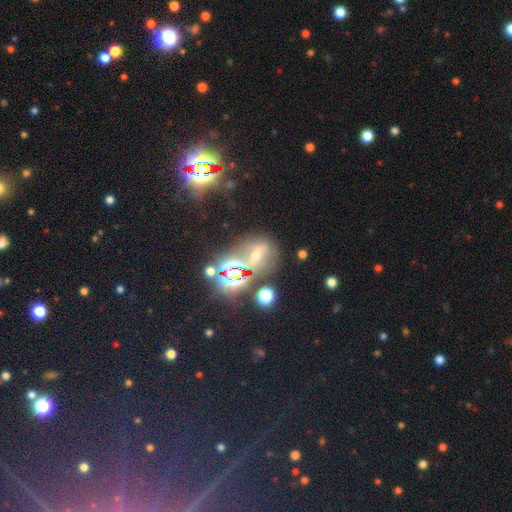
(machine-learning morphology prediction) A star or artifact, not a galaxy (55%).